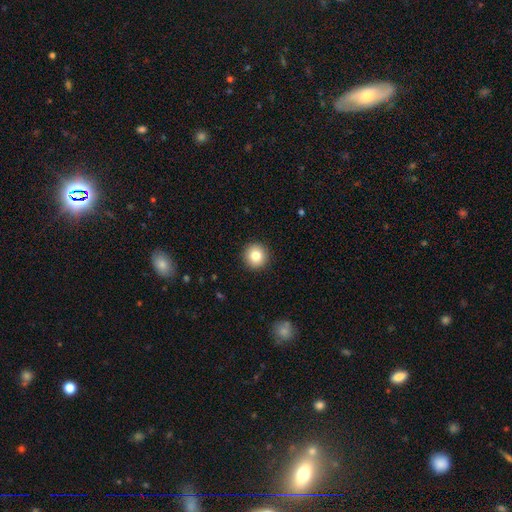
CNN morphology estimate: Smooth or featured?
  - smooth: 84% *
  - star or artifact: 9%
  - featured or disk: 7%
How rounded?
  - round: 94% *
  - in between: 5%
  - cigar-shaped: 1%
Merging?
  - none: 92% *
  - minor disturbance: 5%
  - major disturbance: 2%
  - merger: 1%